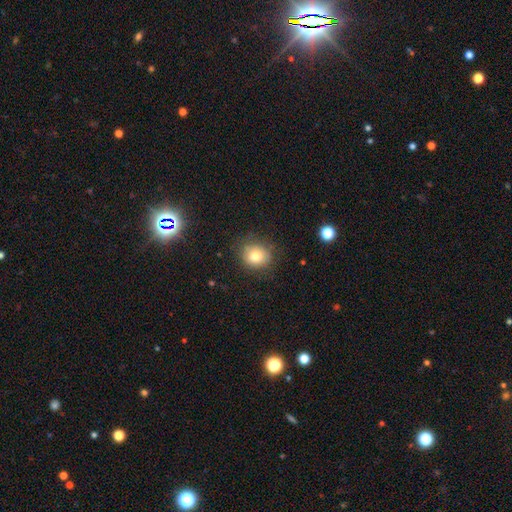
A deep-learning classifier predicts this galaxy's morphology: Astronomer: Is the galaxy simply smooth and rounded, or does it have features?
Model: smooth — 77%.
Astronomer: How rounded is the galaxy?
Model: round — 74%.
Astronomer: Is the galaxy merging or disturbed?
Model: none — 79%.